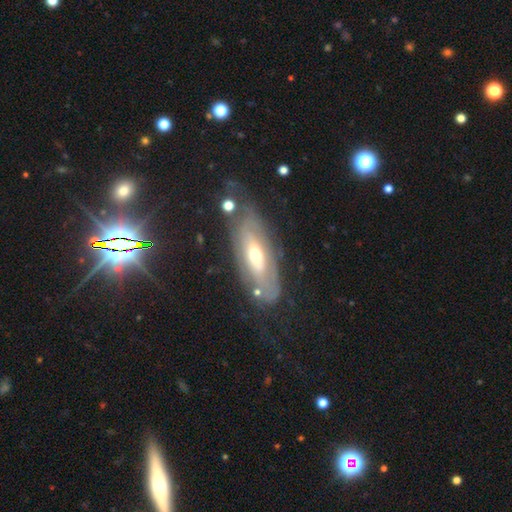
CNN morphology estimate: Q: Smooth or featured?
A: featured or disk (69%); runner-up: smooth (24%)
Q: Edge-on disk?
A: no (78%); runner-up: yes (22%)
Q: Bar?
A: no (62%); runner-up: weak (27%)
Q: Spiral arms?
A: yes (56%); runner-up: no (44%)
Q: Bulge size?
A: moderate (69%); runner-up: small (21%)
Q: Merging?
A: none (67%); runner-up: minor disturbance (20%)